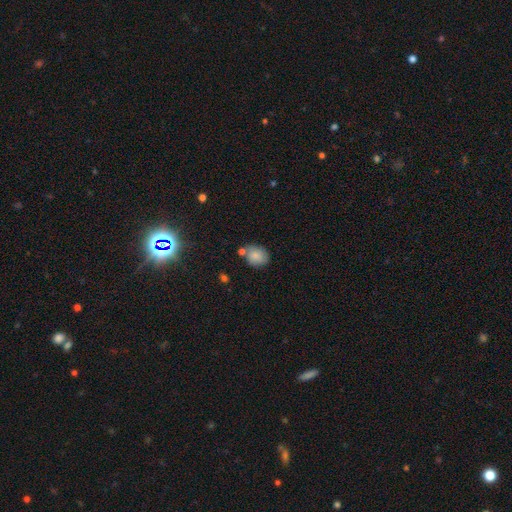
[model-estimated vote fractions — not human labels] This appears to be a smooth galaxy with no disk features (82%) that is round (61%). Merging: none (65%).